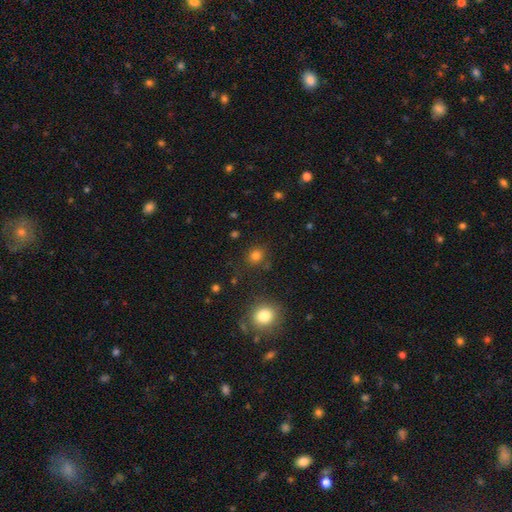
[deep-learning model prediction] This is likely a smooth galaxy (79%). How rounded: clearly round (82%). Merging: clearly none (84%).